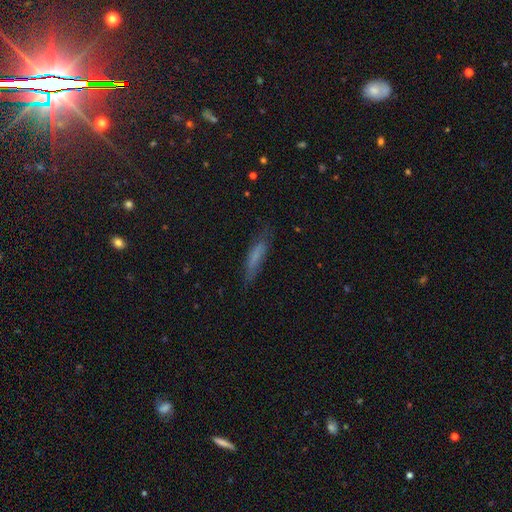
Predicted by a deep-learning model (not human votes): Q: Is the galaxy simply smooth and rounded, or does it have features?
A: smooth — 62%.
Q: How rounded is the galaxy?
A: cigar-shaped — 82%.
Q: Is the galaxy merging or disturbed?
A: none — 72%.